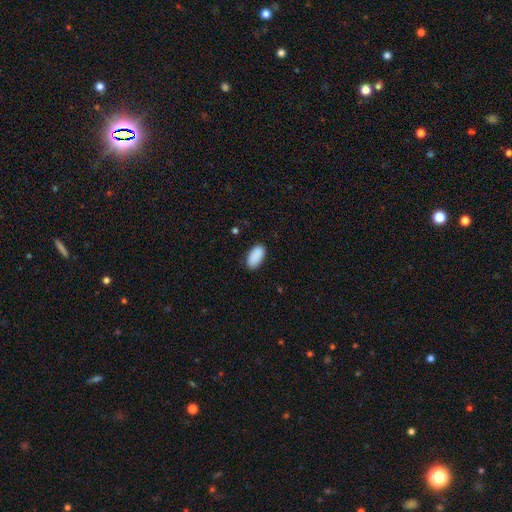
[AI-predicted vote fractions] Morphology: type=smooth (91%); roundness=in between (95%); merging=none (87%).